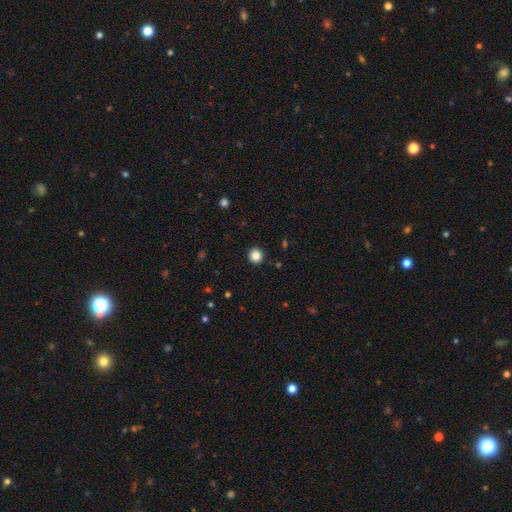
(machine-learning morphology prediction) A smooth galaxy with no disk features (85%) that is round (94%). Merging: none (93%).